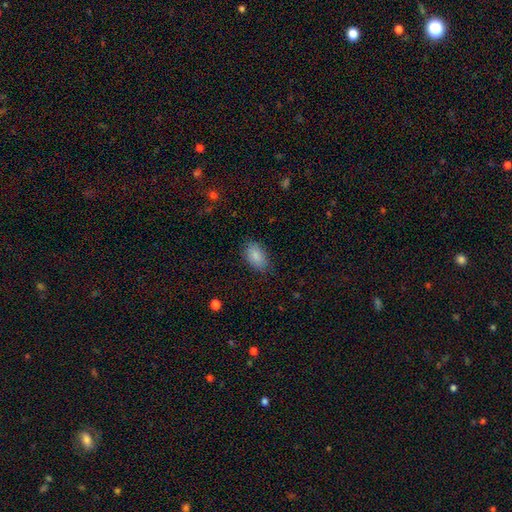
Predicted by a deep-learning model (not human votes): This appears to be a smooth galaxy with no disk features (86%) that is in between round and cigar-shaped (91%). Merging: none (80%).